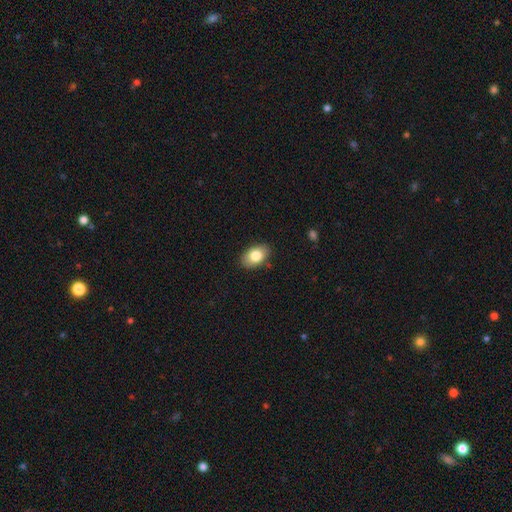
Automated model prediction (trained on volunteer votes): The model was most divided on "smooth or featured": smooth: 81%, featured or disk: 12%, star or artifact: 7%. More confident: how rounded — in between (89%); merging — none (86%).